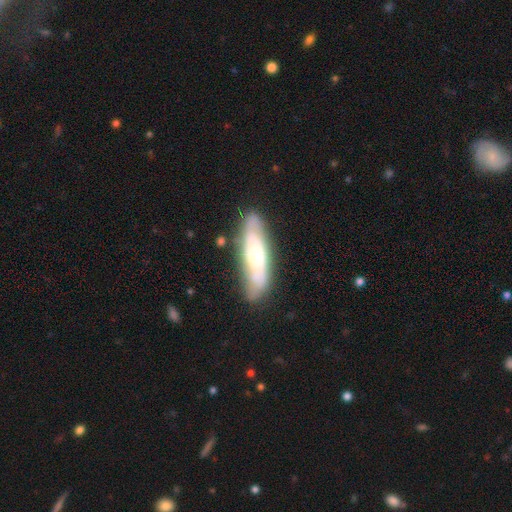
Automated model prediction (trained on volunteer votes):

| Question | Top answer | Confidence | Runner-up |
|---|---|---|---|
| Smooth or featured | featured or disk | 54% | smooth (40%) |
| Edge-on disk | no | 67% | yes (33%) |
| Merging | none | 76% | minor disturbance (17%) |